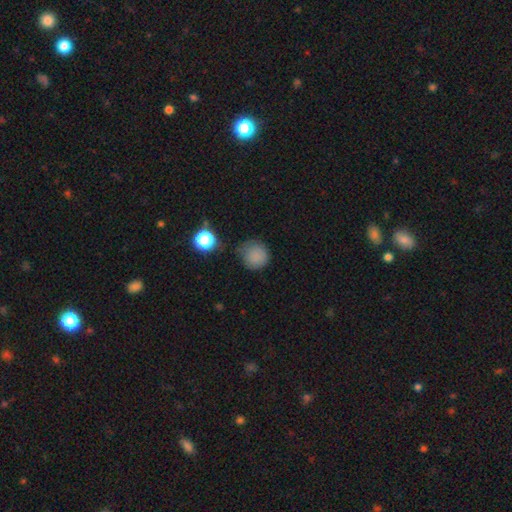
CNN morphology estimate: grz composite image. It shows a smooth galaxy with no disk features (82%) that is round (91%). Merging: none (65%).